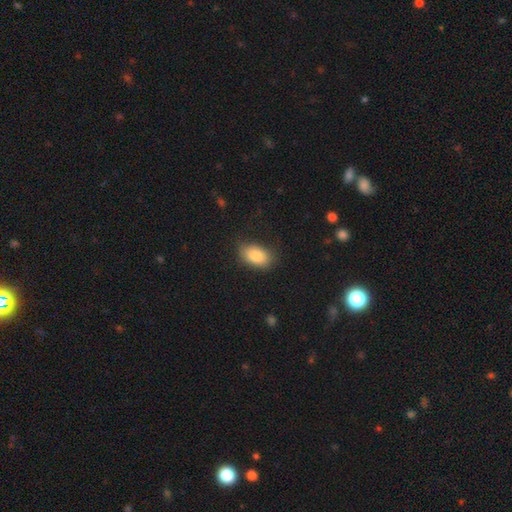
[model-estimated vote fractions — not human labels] This is clearly a smooth galaxy (86%). How rounded: clearly in between (90%). Merging: likely none (80%).